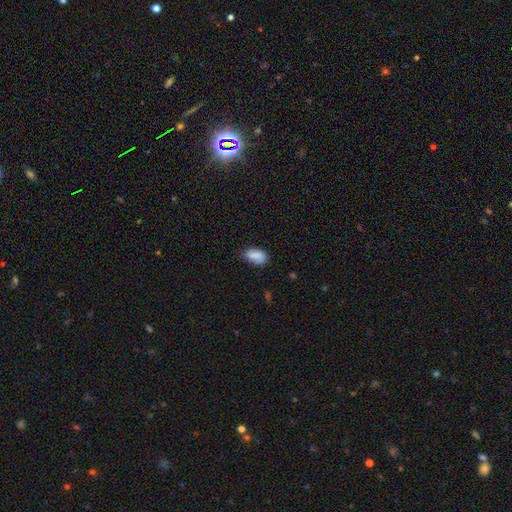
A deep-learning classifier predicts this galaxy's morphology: type=smooth (82%); roundness=in between (90%); merging=none (59%).